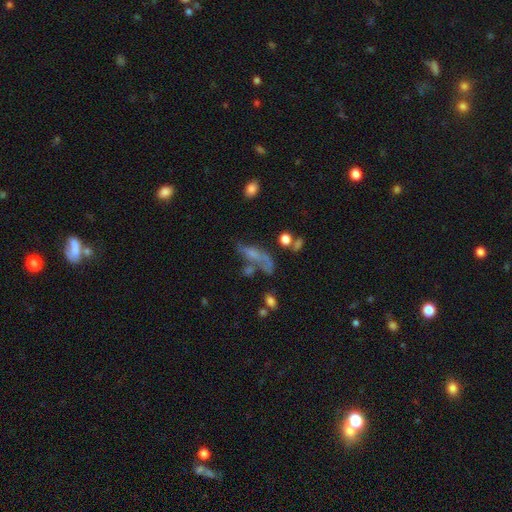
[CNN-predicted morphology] This is marginally a featured or disk galaxy (41%). Merging: marginally major disturbance (31%).